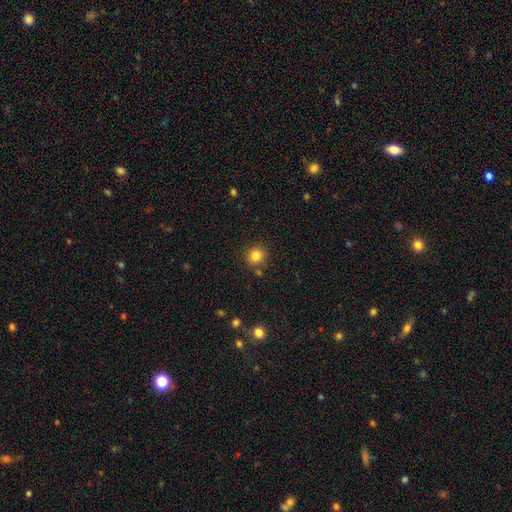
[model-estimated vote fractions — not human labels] The model was most divided on "smooth or featured": smooth: 83%, star or artifact: 12%, featured or disk: 5%. More confident: how rounded — round (92%); merging — none (86%).